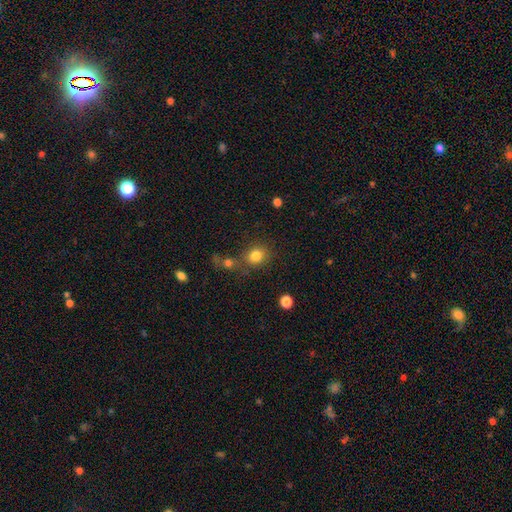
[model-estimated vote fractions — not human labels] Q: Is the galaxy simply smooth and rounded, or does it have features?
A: smooth — 82%.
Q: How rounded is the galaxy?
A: round — 78%.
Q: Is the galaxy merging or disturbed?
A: none — 67%.